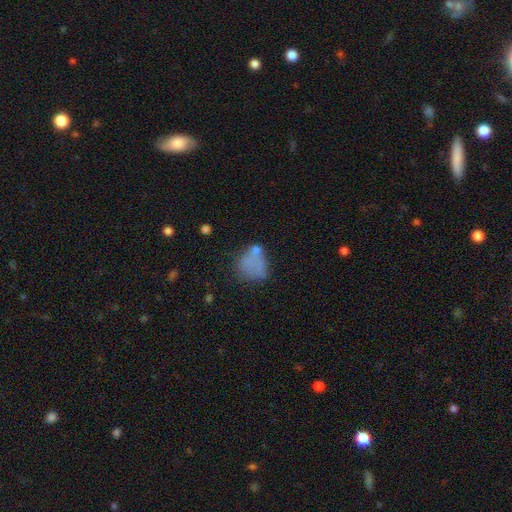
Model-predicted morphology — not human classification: Q: Smooth or featured?
A: smooth (64%); runner-up: featured or disk (21%)
Q: How rounded?
A: round (57%); runner-up: in between (42%)
Q: Merging?
A: none (42%); runner-up: minor disturbance (22%)